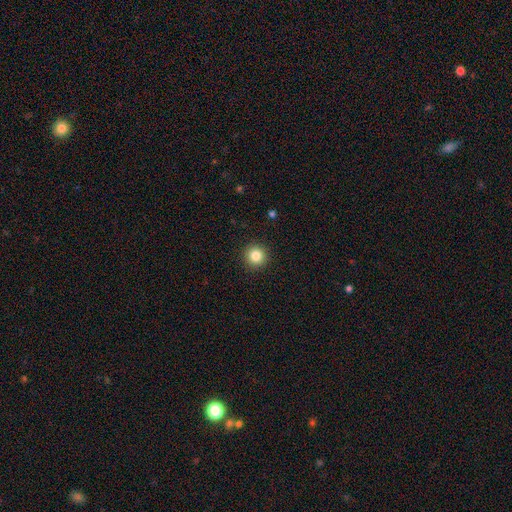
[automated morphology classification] Smooth or featured? smooth (84%)
How rounded? round (95%)
Merging? none (92%)